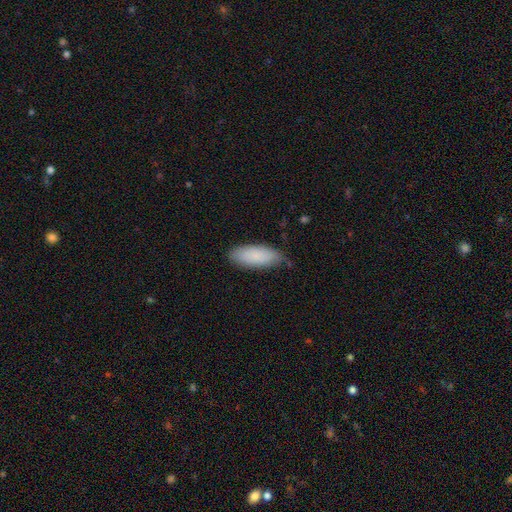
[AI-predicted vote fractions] Q: Smooth or featured?
A: smooth (86%); runner-up: featured or disk (8%)
Q: How rounded?
A: in between (78%); runner-up: cigar-shaped (20%)
Q: Merging?
A: none (77%); runner-up: minor disturbance (19%)